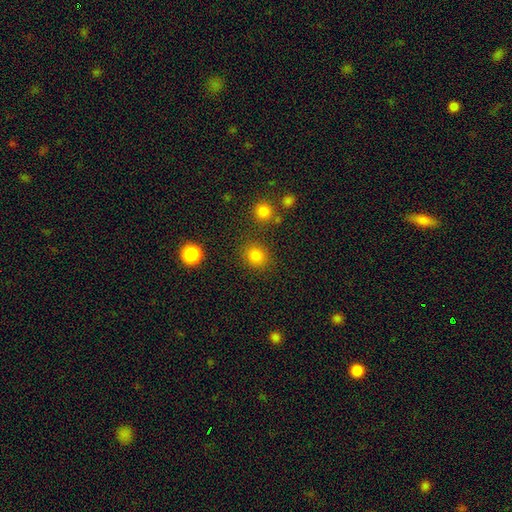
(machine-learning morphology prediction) Smooth or featured? Predicted: smooth (p=0.83). How rounded? Predicted: round (p=0.80). Merging? Predicted: none (p=0.84).